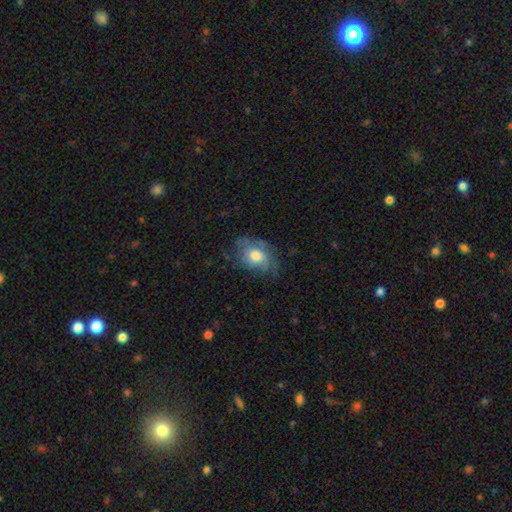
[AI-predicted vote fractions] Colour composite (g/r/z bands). It shows a featured or disk galaxy (54%) with no bar (81%), spiral arms (71%) and a moderate central bulge (56%). Merging: none (60%).